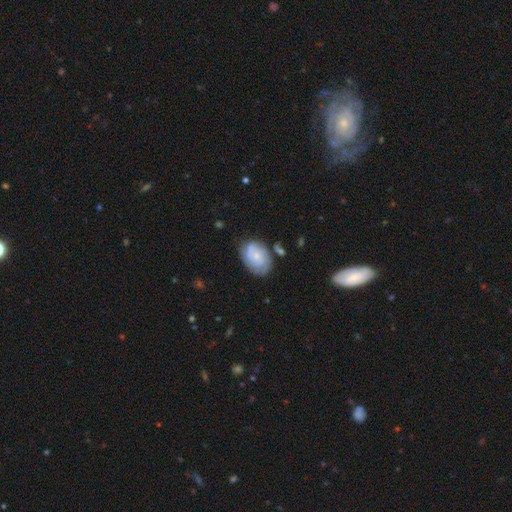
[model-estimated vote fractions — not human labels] smooth-or-featured: featured or disk: 51% | smooth: 42% | star or artifact: 7%
  disk-edge-on: no: 97% | yes: 3%
  merging: none: 66% | minor disturbance: 22% | major disturbance: 7% | merger: 5%